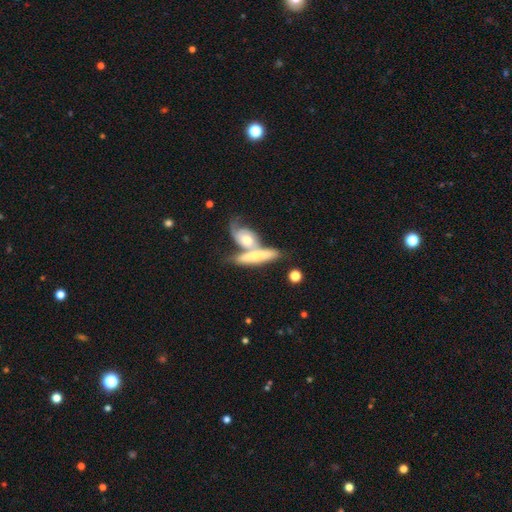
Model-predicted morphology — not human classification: Smooth or featured?
  - featured or disk: 50% *
  - smooth: 45%
  - star or artifact: 5%
Merging?
  - merger: 51% *
  - none: 31%
  - minor disturbance: 13%
  - major disturbance: 6%